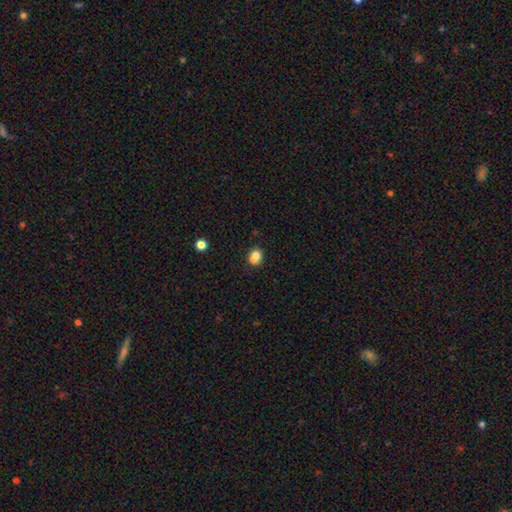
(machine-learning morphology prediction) Smooth or featured? smooth (78%)
How rounded? round (56%)
Merging? none (51%)